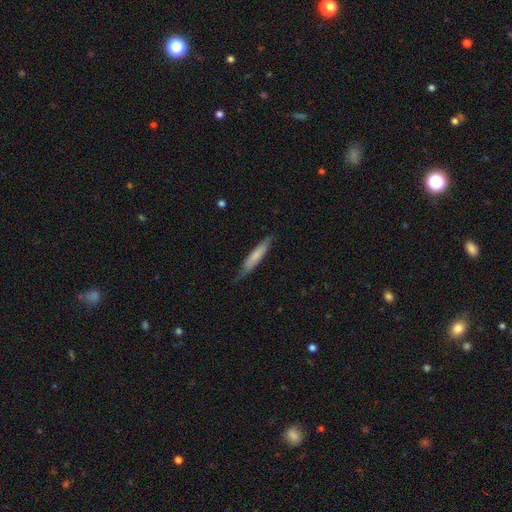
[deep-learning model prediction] smooth-or-featured: smooth: 66% | featured or disk: 29% | star or artifact: 5%
  how-rounded: cigar-shaped: 89% | in between: 10% | round: 1%
  merging: none: 74% | minor disturbance: 21% | major disturbance: 4% | merger: 1%